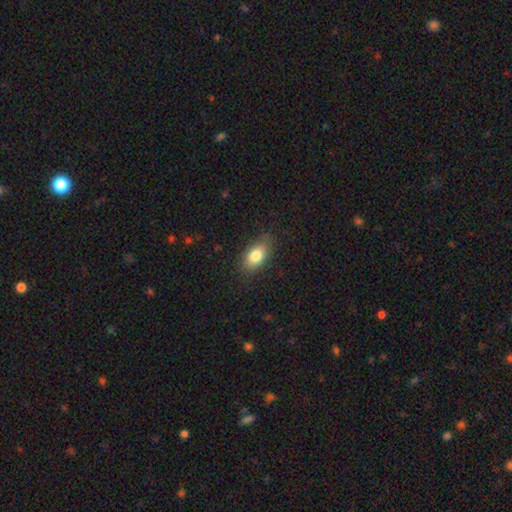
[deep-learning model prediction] smooth-or-featured: smooth: 80% | featured or disk: 12% | star or artifact: 8%
  how-rounded: in between: 87% | round: 8% | cigar-shaped: 5%
  merging: none: 80% | minor disturbance: 15% | major disturbance: 4% | merger: 1%